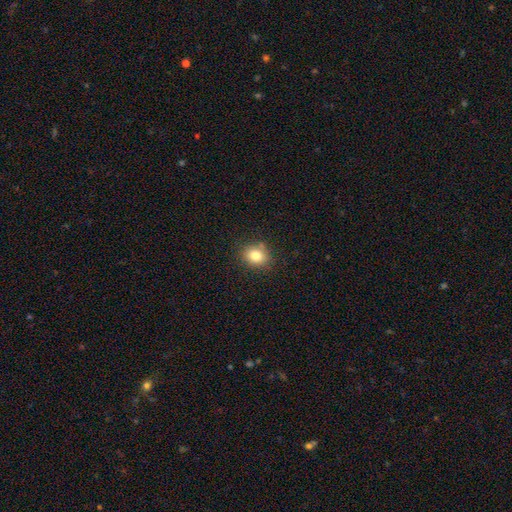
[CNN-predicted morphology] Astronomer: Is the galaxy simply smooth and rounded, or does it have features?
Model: smooth — 81%.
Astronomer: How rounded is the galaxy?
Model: round — 65%.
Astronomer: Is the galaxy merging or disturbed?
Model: none — 82%.